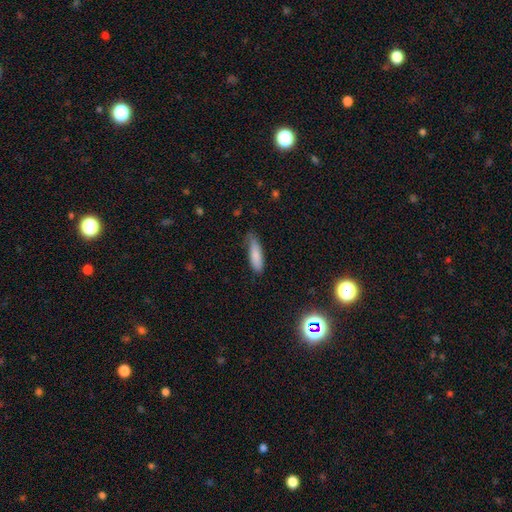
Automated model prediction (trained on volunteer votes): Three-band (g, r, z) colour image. It shows a smooth galaxy with no disk features (84%) that is cigar-shaped (56%). Merging: none (63%).